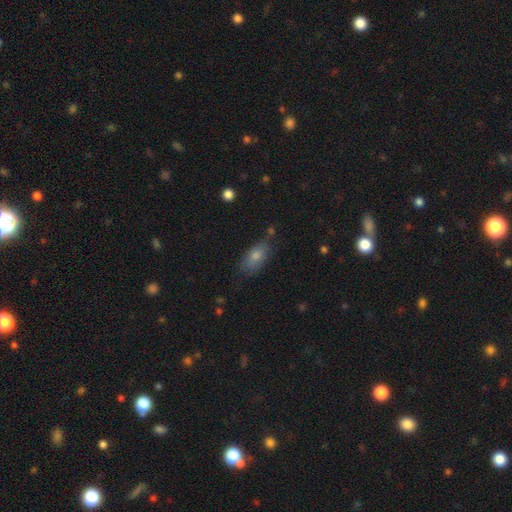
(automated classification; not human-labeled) smooth-or-featured: smooth: 73% | featured or disk: 16% | star or artifact: 12%
  how-rounded: in between: 83% | cigar-shaped: 11% | round: 5%
  merging: none: 73% | minor disturbance: 20% | major disturbance: 5% | merger: 3%